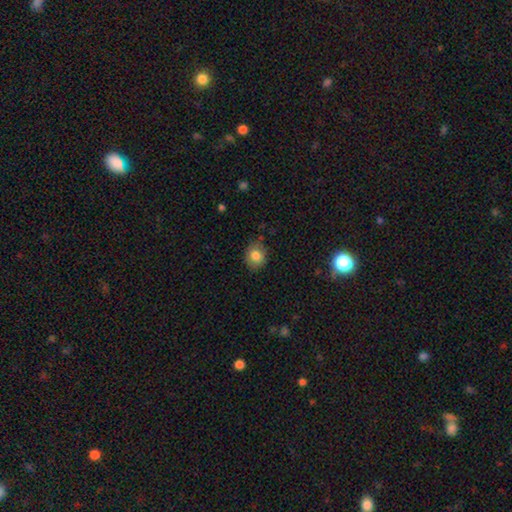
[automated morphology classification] Smooth or featured: smooth — 82% (star or artifact — 9%)
How rounded: round — 59% (in between — 40%)
Merging: none — 81% (minor disturbance — 15%)